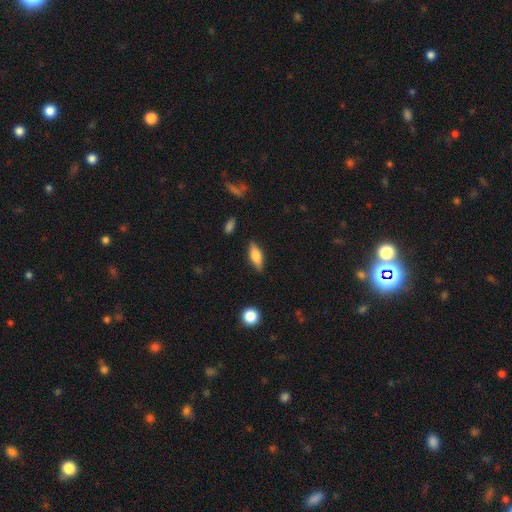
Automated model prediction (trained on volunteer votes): The model was most divided on "smooth or featured": smooth: 61%, featured or disk: 31%, star or artifact: 7%. More confident: merging — none (84%); how rounded — in between (64%).